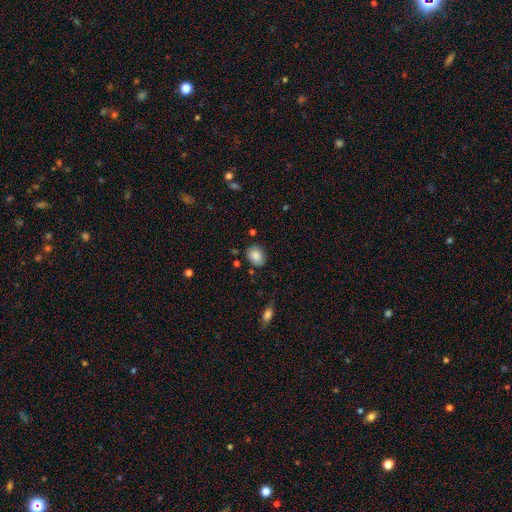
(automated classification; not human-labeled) Smooth or featured: smooth — 85% (star or artifact — 8%)
How rounded: in between — 54% (round — 45%)
Merging: none — 78% (minor disturbance — 16%)